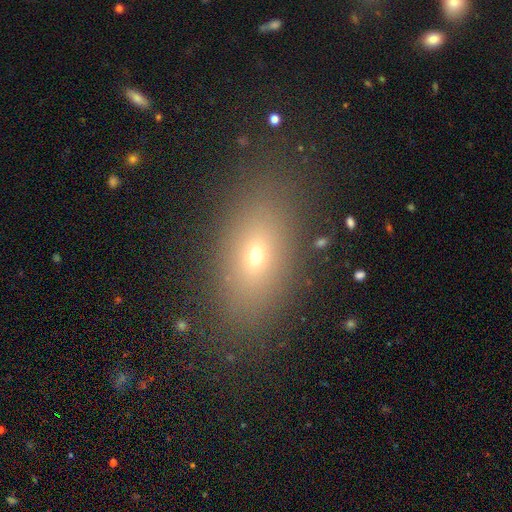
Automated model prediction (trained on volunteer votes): smooth_or_featured: smooth (p=0.64) [alt: star or artifact p=0.18]
how_rounded: in between (p=0.79) [alt: round p=0.13]
merging: none (p=0.80) [alt: minor disturbance p=0.11]